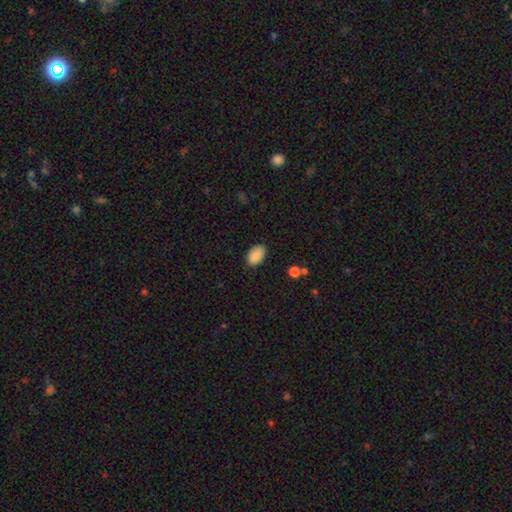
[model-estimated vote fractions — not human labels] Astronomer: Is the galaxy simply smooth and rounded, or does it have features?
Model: smooth — 88%.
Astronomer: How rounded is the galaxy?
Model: in between — 91%.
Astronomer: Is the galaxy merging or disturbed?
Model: none — 83%.